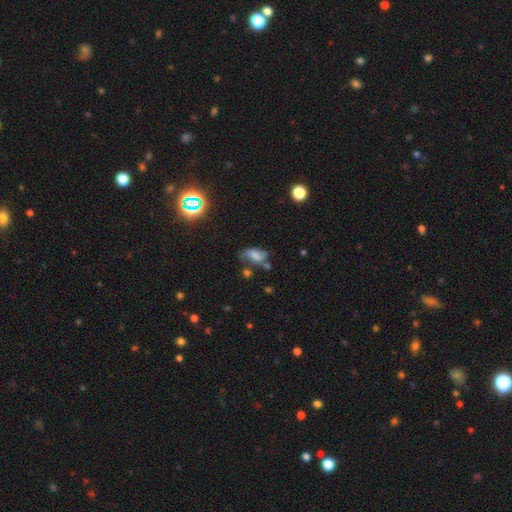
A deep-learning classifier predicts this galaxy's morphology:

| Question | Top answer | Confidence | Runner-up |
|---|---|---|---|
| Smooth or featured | smooth | 48% | featured or disk (37%) |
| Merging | none | 39% | minor disturbance (28%) |